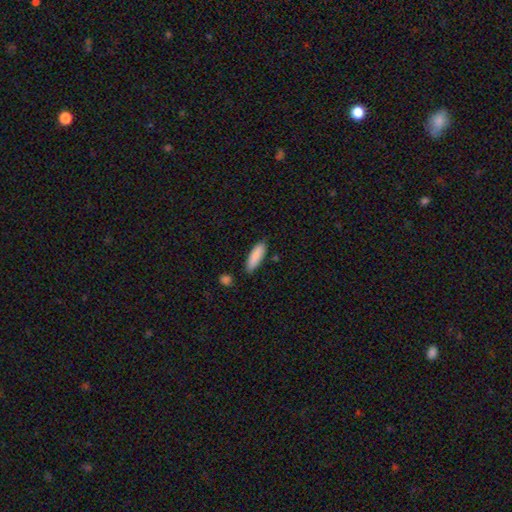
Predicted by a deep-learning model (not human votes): smooth-or-featured: smooth: 88% | star or artifact: 6% | featured or disk: 6%
  how-rounded: cigar-shaped: 51% | in between: 47% | round: 2%
  merging: none: 80% | minor disturbance: 15% | merger: 3% | major disturbance: 3%